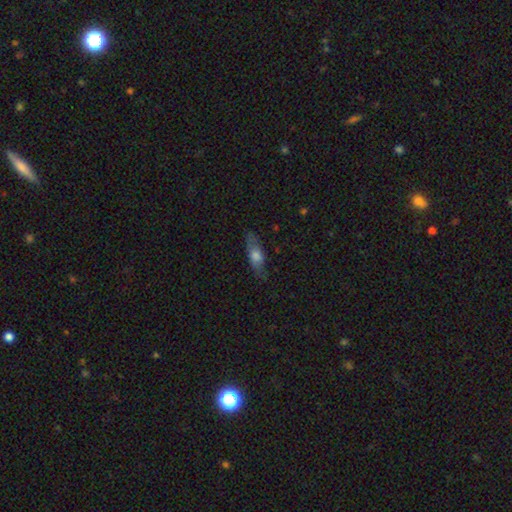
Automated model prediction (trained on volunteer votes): Smooth or featured? smooth (59%)
How rounded? in between (57%)
Merging? none (77%)